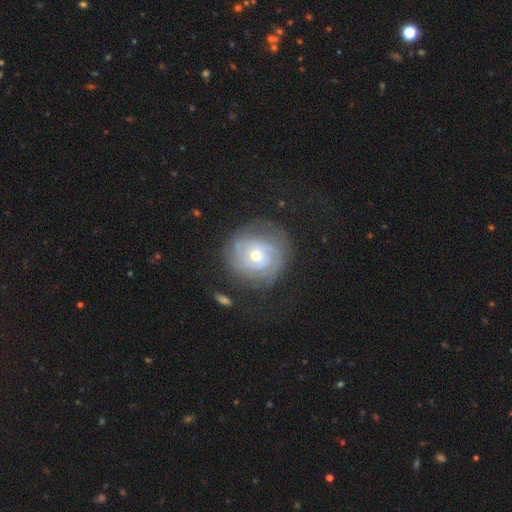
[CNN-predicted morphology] Q: Smooth or featured?
A: featured or disk (80%); runner-up: smooth (13%)
Q: Edge-on disk?
A: no (97%); runner-up: yes (3%)
Q: Bar?
A: no (75%); runner-up: weak (21%)
Q: Spiral arms?
A: yes (93%); runner-up: no (7%)
Q: Spiral winding?
A: tight (71%); runner-up: medium (23%)
Q: Spiral arm count?
A: can't tell (32%); runner-up: 2 (30%)
Q: Bulge size?
A: moderate (51%); runner-up: small (45%)
Q: Merging?
A: none (74%); runner-up: minor disturbance (17%)